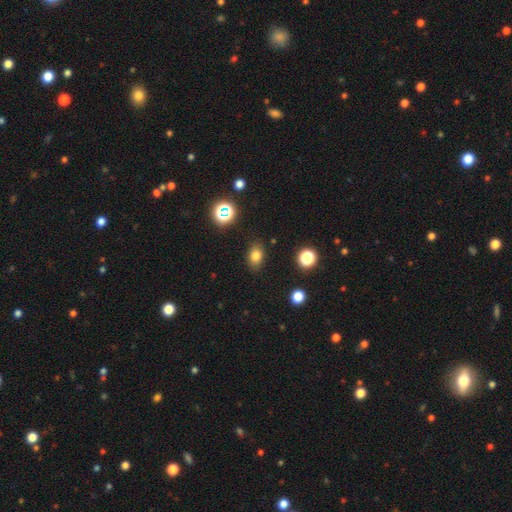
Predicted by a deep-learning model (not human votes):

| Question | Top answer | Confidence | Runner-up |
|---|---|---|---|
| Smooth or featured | smooth | 78% | star or artifact (15%) |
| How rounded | in between | 72% | round (26%) |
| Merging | none | 85% | minor disturbance (10%) |